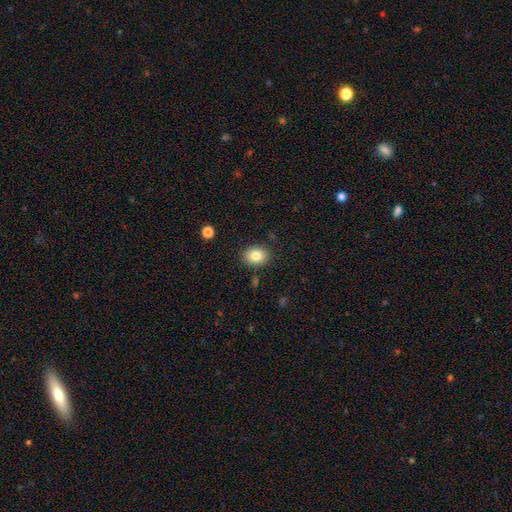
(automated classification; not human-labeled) This is clearly a smooth galaxy (83%). How rounded: possibly in between (56%). Merging: clearly none (86%).